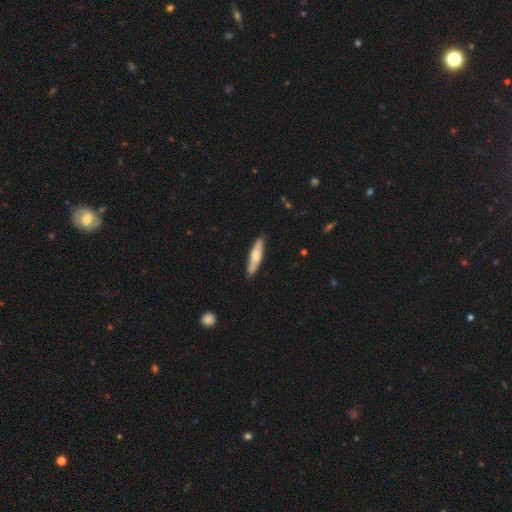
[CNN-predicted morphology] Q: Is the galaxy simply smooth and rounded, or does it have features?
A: smooth — 62%.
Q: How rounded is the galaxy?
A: cigar-shaped — 77%.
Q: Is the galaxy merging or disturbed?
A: none — 89%.